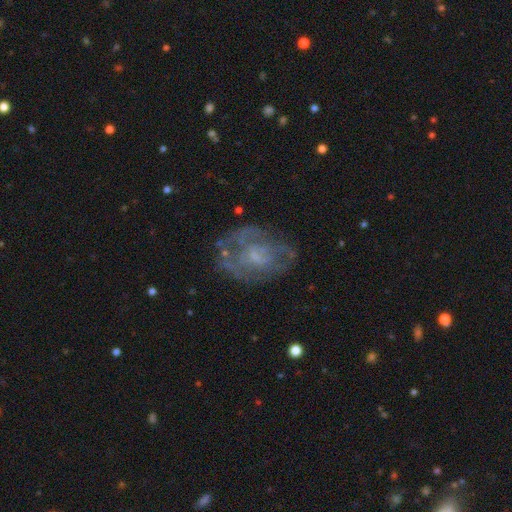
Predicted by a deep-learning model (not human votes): smooth-or-featured: featured or disk: 68% | smooth: 22% | star or artifact: 10%
  disk-edge-on: no: 97% | yes: 3%
    bar: no: 68% | weak: 27% | strong: 5%
    has-spiral-arms: no: 51% | yes: 49%
    bulge-size: small: 46% | none: 28% | moderate: 22% | large: 2% | dominant: 1%
  merging: none: 58% | minor disturbance: 21% | major disturbance: 18% | merger: 3%